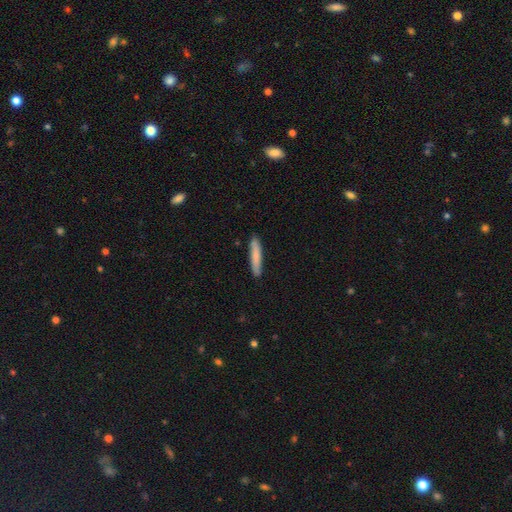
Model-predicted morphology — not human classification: smooth-or-featured: smooth: 78% | featured or disk: 16% | star or artifact: 5%
  how-rounded: cigar-shaped: 93% | in between: 6% | round: 1%
  merging: none: 89% | minor disturbance: 8% | major disturbance: 1% | merger: 1%